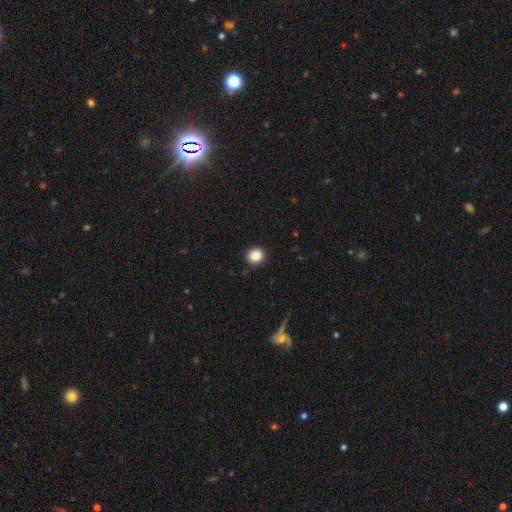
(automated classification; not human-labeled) Smooth or featured? smooth (86%)
How rounded? round (87%)
Merging? none (90%)